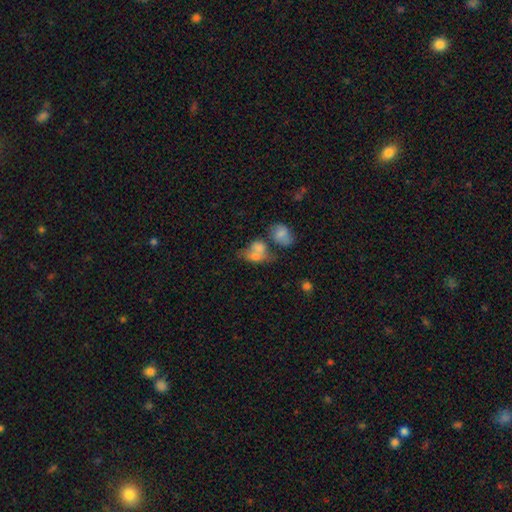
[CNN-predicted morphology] A smooth galaxy with no disk features (67%) that is in between round and cigar-shaped (62%).

Vote fractions:
- Smooth or featured? smooth: 67% / featured or disk: 21% / star or artifact: 11%
- How rounded? in between: 62% / round: 36% / cigar-shaped: 2%
- Merging? merger: 60% / none: 22% / minor disturbance: 10% / major disturbance: 8%